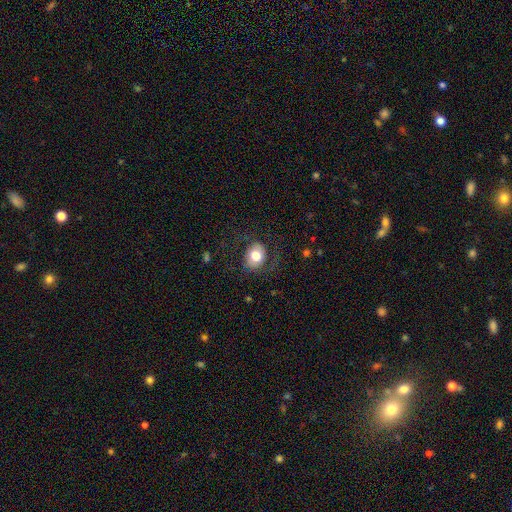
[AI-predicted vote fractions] Morphology: type=smooth (65%); roundness=round (52%); merging=none (65%).